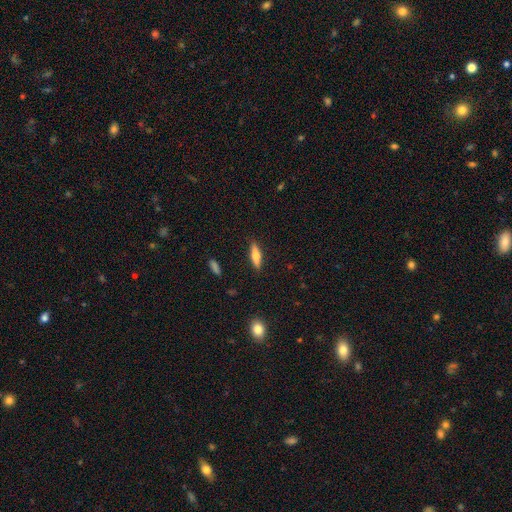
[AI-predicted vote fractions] A smooth galaxy with no disk features (57%) that is cigar-shaped (63%).

Vote fractions:
- Smooth or featured? smooth: 57% / featured or disk: 37% / star or artifact: 7%
- How rounded? cigar-shaped: 63% / in between: 35% / round: 2%
- Merging? none: 89% / minor disturbance: 8% / major disturbance: 2% / merger: 1%